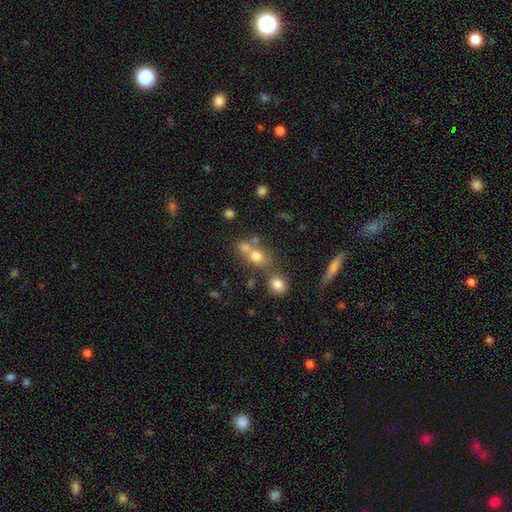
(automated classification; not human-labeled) This appears to be a smooth galaxy with no disk features (66%) that is round (59%). Merging: merger (47%).